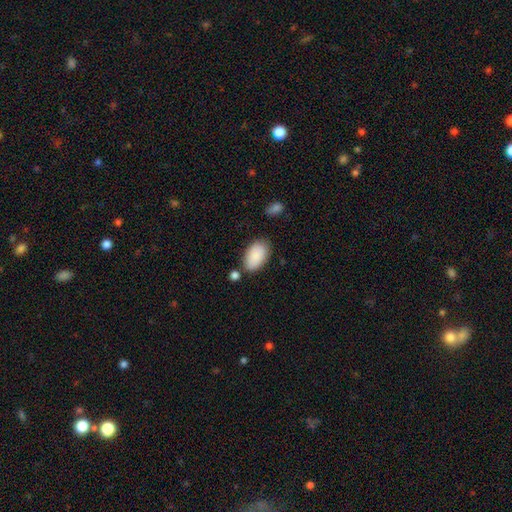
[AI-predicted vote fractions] Smooth or featured: smooth — 89% (star or artifact — 6%)
How rounded: in between — 95% (round — 4%)
Merging: none — 72% (minor disturbance — 17%)